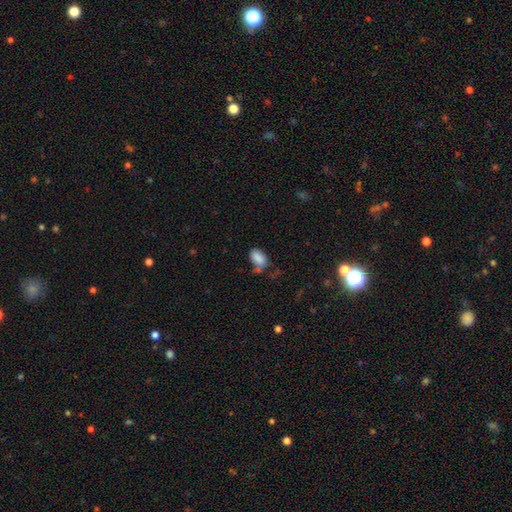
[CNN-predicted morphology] Q: Smooth or featured?
A: smooth (84%); runner-up: star or artifact (9%)
Q: How rounded?
A: in between (91%); runner-up: round (7%)
Q: Merging?
A: none (51%); runner-up: minor disturbance (25%)